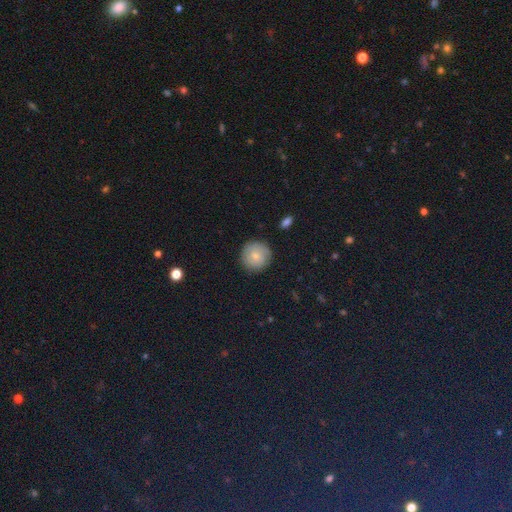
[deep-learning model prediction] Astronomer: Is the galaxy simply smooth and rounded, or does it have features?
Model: smooth — 76%.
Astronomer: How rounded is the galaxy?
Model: round — 94%.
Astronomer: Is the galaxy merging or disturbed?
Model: none — 88%.